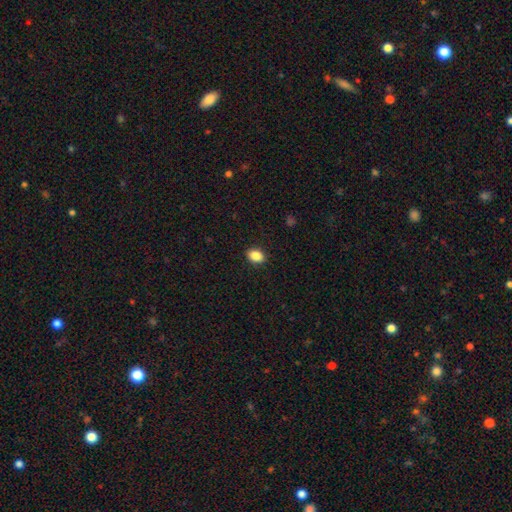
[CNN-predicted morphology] Q: Smooth or featured?
A: smooth (87%); runner-up: star or artifact (9%)
Q: How rounded?
A: in between (74%); runner-up: round (25%)
Q: Merging?
A: none (90%); runner-up: minor disturbance (7%)